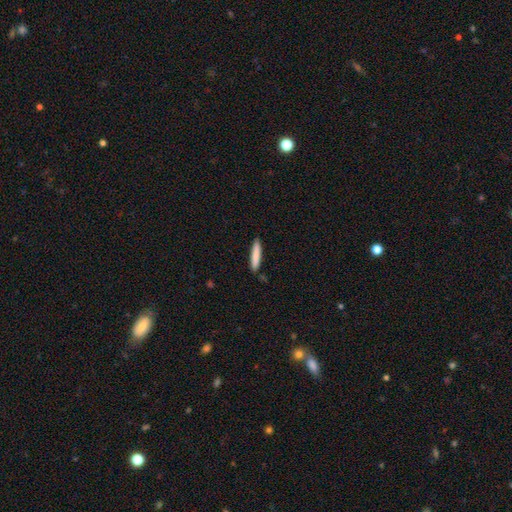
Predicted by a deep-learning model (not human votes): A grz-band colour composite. It shows a smooth galaxy with no disk features (83%) that is cigar-shaped (92%). Merging: none (88%).